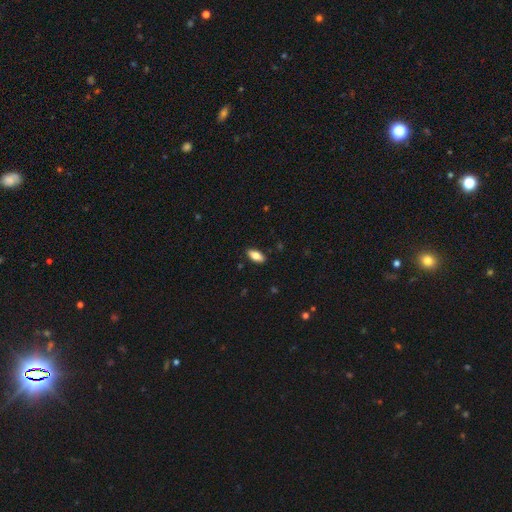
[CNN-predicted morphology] Smooth or featured?
  - smooth: 80% *
  - featured or disk: 14%
  - star or artifact: 7%
How rounded?
  - in between: 88% *
  - cigar-shaped: 10%
  - round: 2%
Merging?
  - none: 89% *
  - minor disturbance: 9%
  - major disturbance: 2%
  - merger: 1%